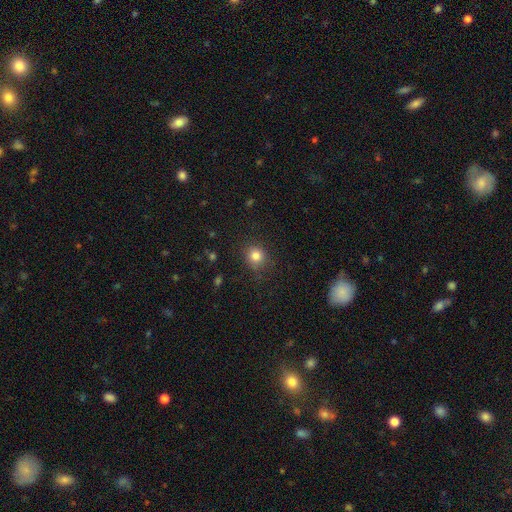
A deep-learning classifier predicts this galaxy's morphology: This is clearly a smooth galaxy (82%). How rounded: clearly round (85%). Merging: clearly none (84%).